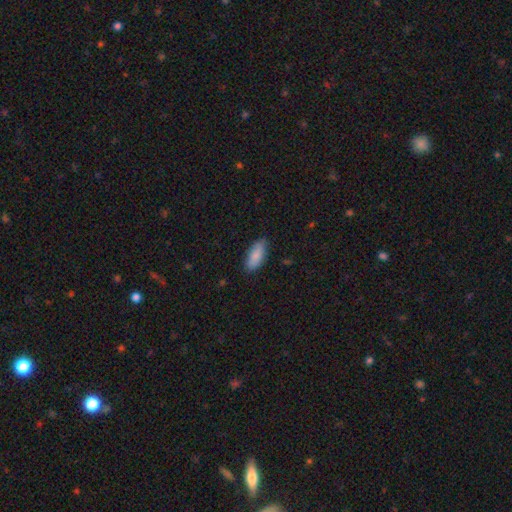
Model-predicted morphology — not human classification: smooth 85%, featured or disk 9%, star or artifact 6%. Down the decision tree: how rounded — in between (81%); merging — none (82%).